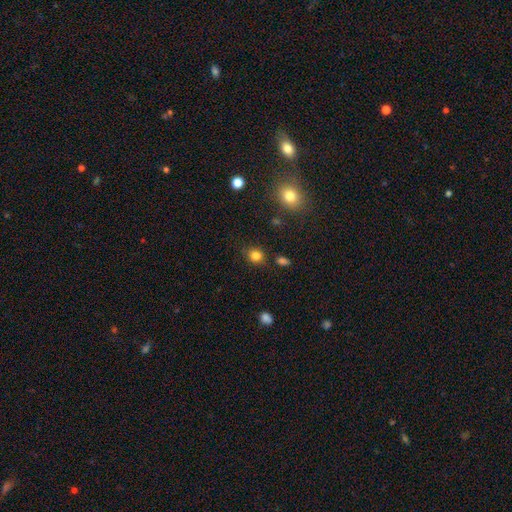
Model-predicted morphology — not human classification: type=smooth (82%); roundness=round (78%); merging=none (81%).